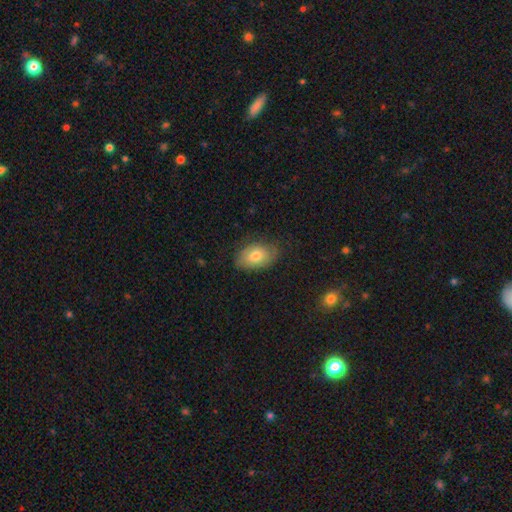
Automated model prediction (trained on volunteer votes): Smooth or featured: smooth — 72% (featured or disk — 20%)
How rounded: in between — 90% (round — 9%)
Merging: none — 75% (minor disturbance — 19%)